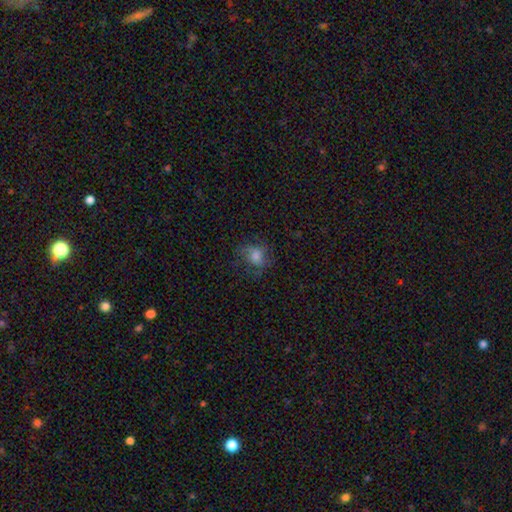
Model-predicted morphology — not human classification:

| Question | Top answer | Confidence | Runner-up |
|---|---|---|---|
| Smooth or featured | smooth | 63% | featured or disk (21%) |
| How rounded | round | 57% | in between (42%) |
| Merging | none | 60% | minor disturbance (22%) |